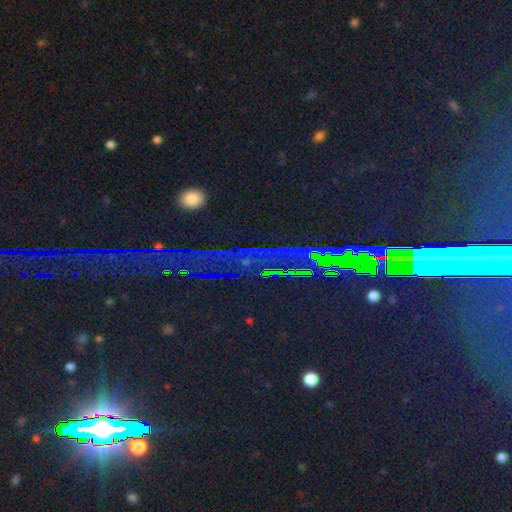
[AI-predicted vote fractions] Smooth or featured? Predicted: star or artifact (p=0.87).